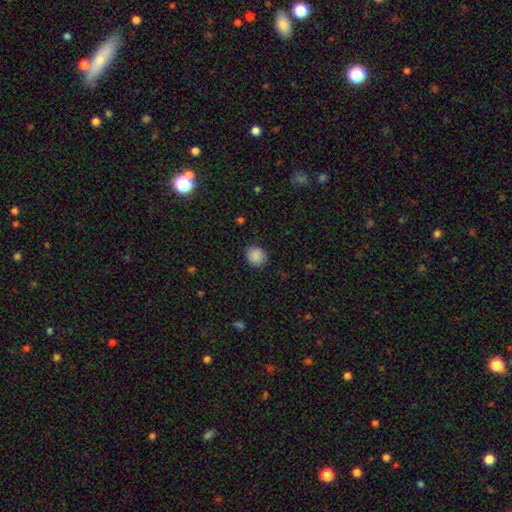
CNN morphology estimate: Smooth or featured? smooth (88%)
How rounded? round (78%)
Merging? none (87%)